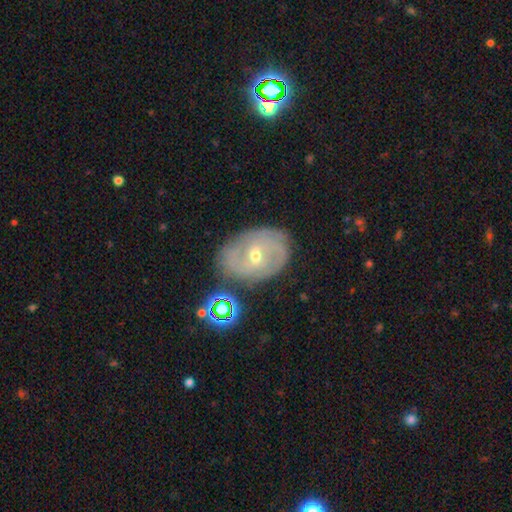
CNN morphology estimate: Smooth or featured?
  - featured or disk: 77% *
  - smooth: 14%
  - star or artifact: 8%
Edge-on disk?
  - no: 96% *
  - yes: 4%
Bar?
  - weak: 45% *
  - no: 44%
  - strong: 12%
Spiral arms?
  - yes: 90% *
  - no: 10%
Spiral winding?
  - tight: 61% *
  - medium: 30%
  - loose: 9%
Spiral arm count?
  - 2: 35% *
  - can't tell: 33%
  - 3: 17%
  - 4: 7%
  - 1: 4%
  - more than 4: 4%
Bulge size?
  - small: 52% *
  - moderate: 45%
  - large: 1%
  - none: 1%
  - dominant: 1%
Merging?
  - none: 73% *
  - minor disturbance: 17%
  - major disturbance: 5%
  - merger: 5%